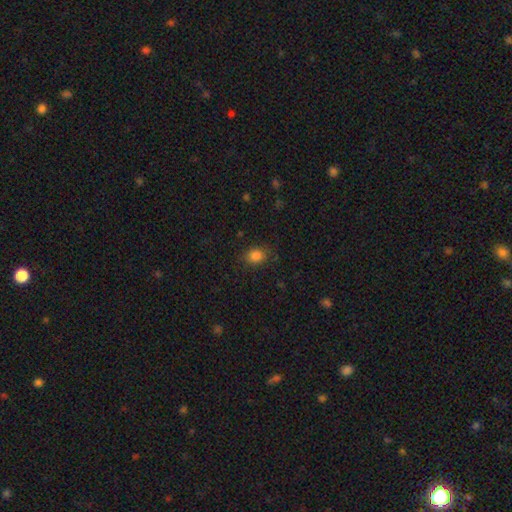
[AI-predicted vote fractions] Overall: smooth (83%). How rounded: in between (51%; round 47%). Merging: none (80%).